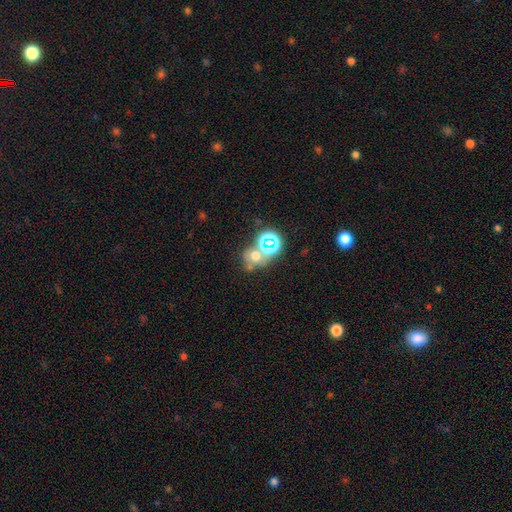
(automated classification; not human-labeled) smooth-or-featured: smooth: 50% | star or artifact: 32% | featured or disk: 17%
  how-rounded: round: 68% | in between: 30% | cigar-shaped: 1%
  merging: none: 43% | merger: 40% | minor disturbance: 10% | major disturbance: 7%